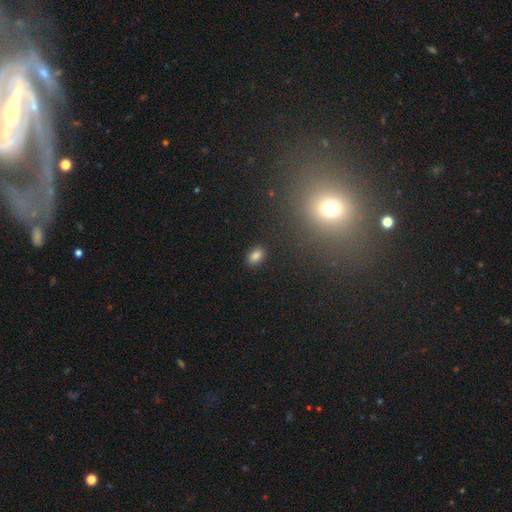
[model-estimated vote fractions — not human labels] Smooth or featured?
  - smooth: 83% *
  - star or artifact: 12%
  - featured or disk: 5%
How rounded?
  - in between: 83% *
  - round: 16%
  - cigar-shaped: 2%
Merging?
  - none: 87% *
  - minor disturbance: 8%
  - major disturbance: 2%
  - merger: 2%